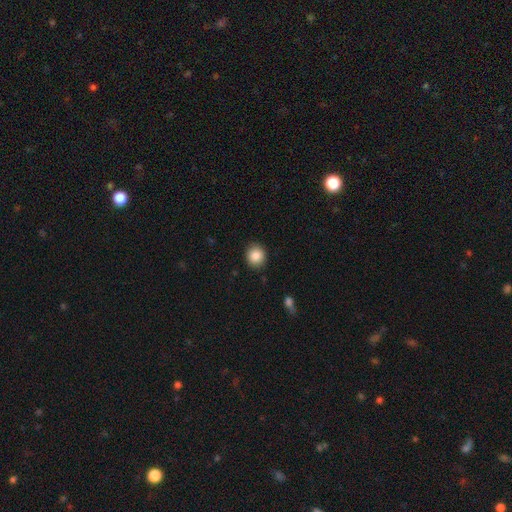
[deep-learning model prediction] Smooth or featured?
  - smooth: 87% *
  - star or artifact: 9%
  - featured or disk: 5%
How rounded?
  - round: 78% *
  - in between: 21%
  - cigar-shaped: 1%
Merging?
  - none: 88% *
  - minor disturbance: 9%
  - major disturbance: 2%
  - merger: 1%